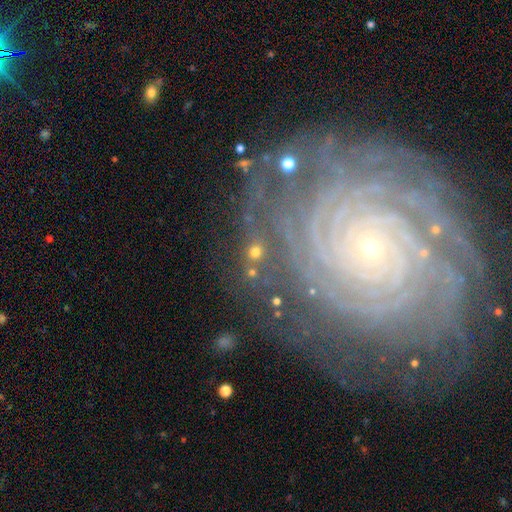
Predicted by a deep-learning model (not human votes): Overall: featured or disk (85%). Edge-on disk: no (97%). Bar: no (73%). Spiral arms: yes (98%). Spiral arm count: more than 4 (31%; 4 18%). Spiral winding: tight (88%). Bulge size: small (83%). Merging: none (77%).